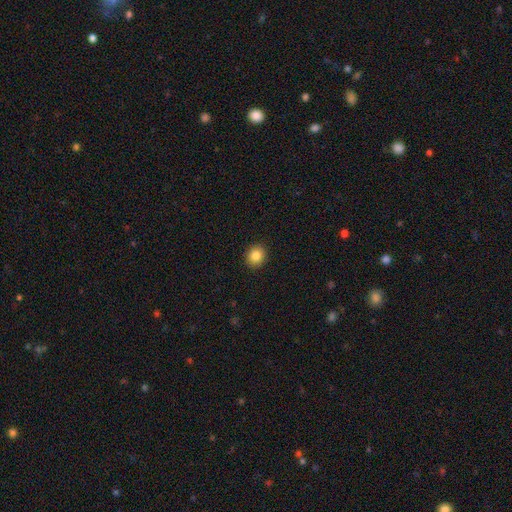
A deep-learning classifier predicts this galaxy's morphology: Q: Smooth or featured?
A: smooth (84%); runner-up: star or artifact (10%)
Q: How rounded?
A: round (77%); runner-up: in between (22%)
Q: Merging?
A: none (92%); runner-up: minor disturbance (6%)